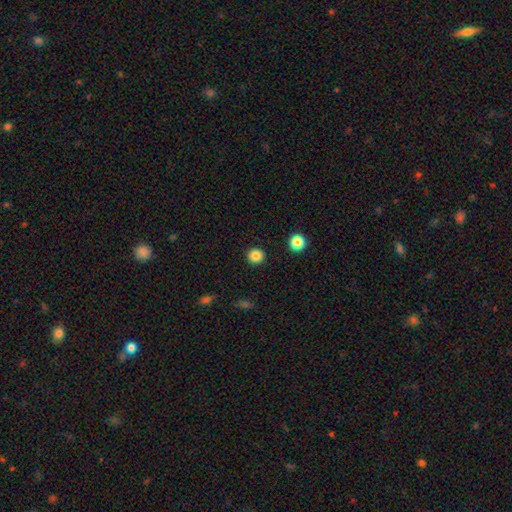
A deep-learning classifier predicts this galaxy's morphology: Smooth or featured? smooth (85%)
How rounded? round (90%)
Merging? none (92%)